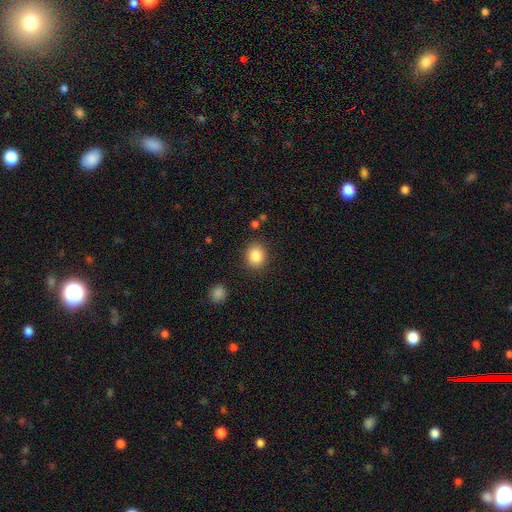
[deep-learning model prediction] This is clearly a smooth galaxy (86%). How rounded: likely round (70%). Merging: clearly none (87%).